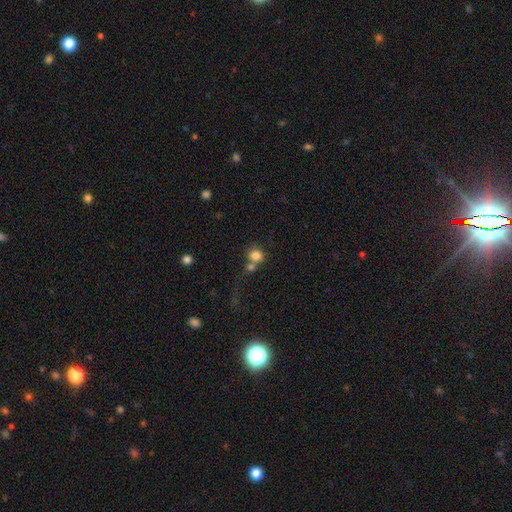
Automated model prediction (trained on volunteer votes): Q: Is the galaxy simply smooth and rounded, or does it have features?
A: smooth — 81%.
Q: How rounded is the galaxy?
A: round — 77%.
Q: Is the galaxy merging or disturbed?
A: none — 44%.